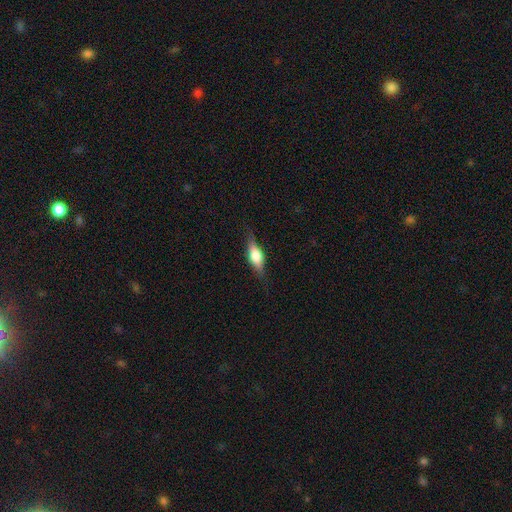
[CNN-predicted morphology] Smooth or featured: smooth — 50% (featured or disk — 43%)
How rounded: in between — 62% (cigar-shaped — 33%)
Merging: none — 79% (minor disturbance — 16%)